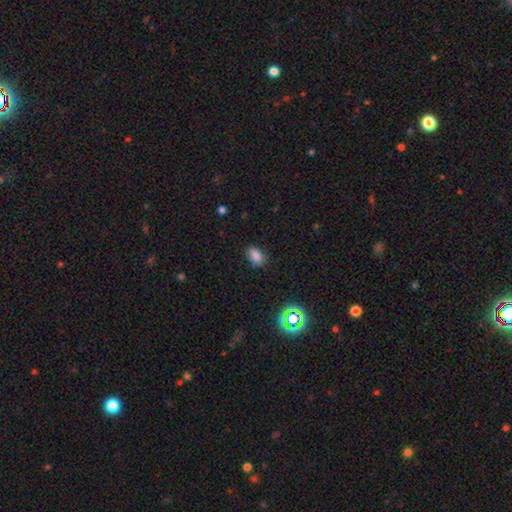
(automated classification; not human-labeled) Smooth or featured? smooth (82%)
How rounded? in between (81%)
Merging? none (83%)